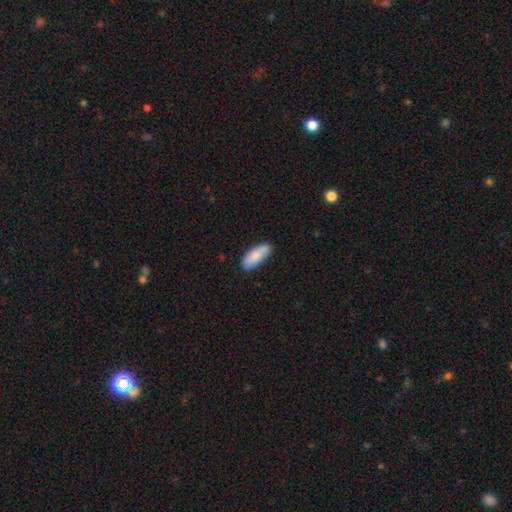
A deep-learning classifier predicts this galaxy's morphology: A smooth galaxy with no disk features (86%) that is in between round and cigar-shaped (73%).

Vote fractions:
- Smooth or featured? smooth: 86% / featured or disk: 9% / star or artifact: 5%
- How rounded? in between: 73% / cigar-shaped: 25% / round: 2%
- Merging? none: 84% / minor disturbance: 13% / major disturbance: 2% / merger: 1%